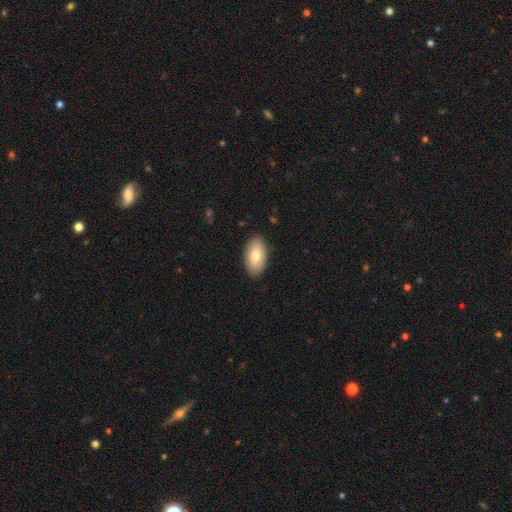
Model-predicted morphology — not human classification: Smooth or featured: smooth — 78% (featured or disk — 16%)
How rounded: in between — 95% (round — 3%)
Merging: none — 87% (minor disturbance — 9%)